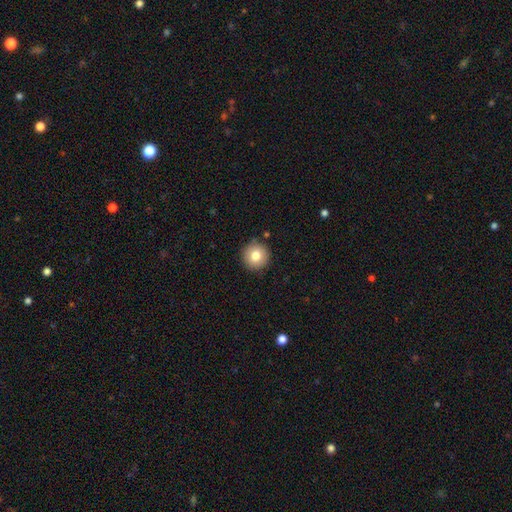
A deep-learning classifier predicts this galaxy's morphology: Smooth or featured: smooth — 80% (featured or disk — 10%)
How rounded: round — 95% (in between — 4%)
Merging: none — 88% (minor disturbance — 8%)